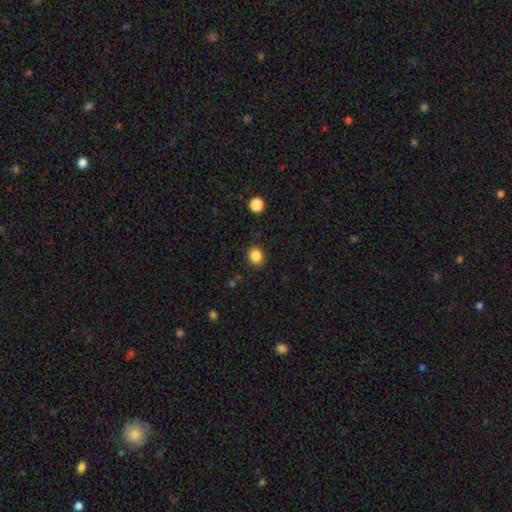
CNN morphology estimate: A smooth galaxy with no disk features (86%) that is round (68%). Merging: none (88%).